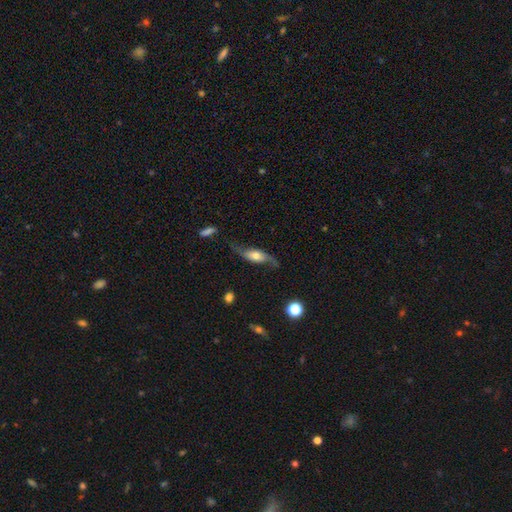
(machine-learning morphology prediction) This appears to be a featured or disk galaxy (75%) with no bar (61%), 2 (91%) loose (85%) spiral arms (93%) and a moderate central bulge (53%). Merging: none (67%).